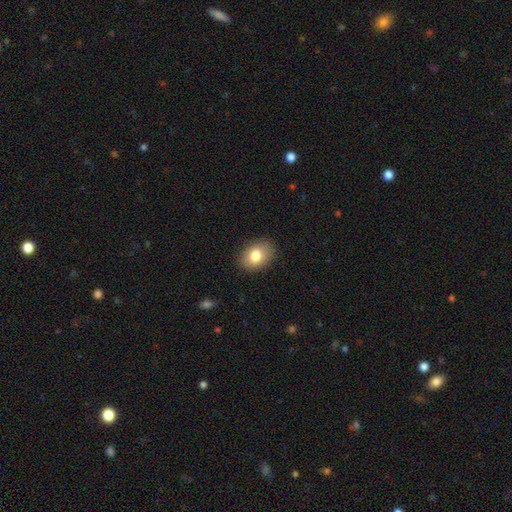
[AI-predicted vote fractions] A smooth galaxy with no disk features (80%) that is in between round and cigar-shaped (75%).

Vote fractions:
- Smooth or featured? smooth: 80% / featured or disk: 12% / star or artifact: 8%
- How rounded? in between: 75% / round: 24% / cigar-shaped: 1%
- Merging? none: 87% / minor disturbance: 9% / major disturbance: 3% / merger: 1%